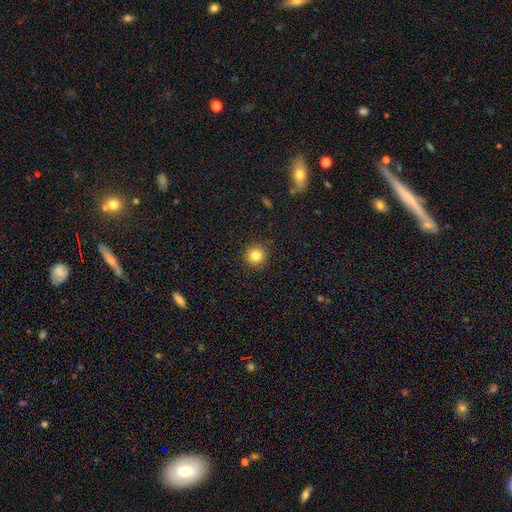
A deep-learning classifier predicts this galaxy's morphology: A smooth galaxy with no disk features (83%) that is round (95%).

Vote fractions:
- Smooth or featured? smooth: 83% / star or artifact: 11% / featured or disk: 6%
- How rounded? round: 95% / in between: 4% / cigar-shaped: 1%
- Merging? none: 91% / minor disturbance: 6% / major disturbance: 2% / merger: 1%